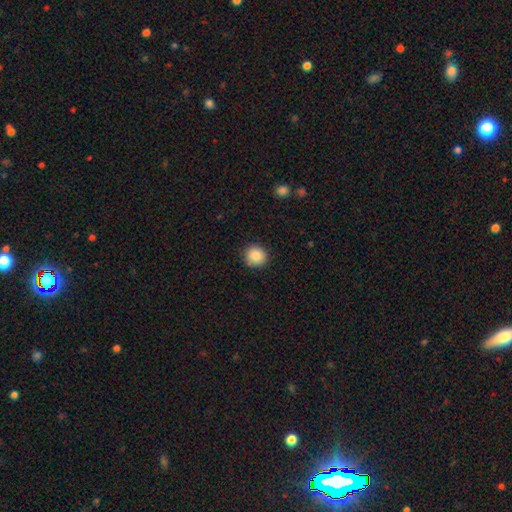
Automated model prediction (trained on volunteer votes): Morphology: type=smooth (88%); roundness=round (91%); merging=none (89%).